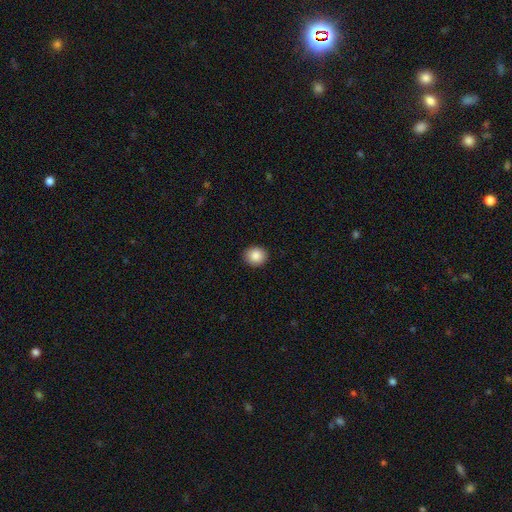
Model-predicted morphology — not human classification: The model was most divided on "how rounded": round: 80%, in between: 19%, cigar-shaped: 1%. More confident: merging — none (91%); smooth or featured — smooth (88%).